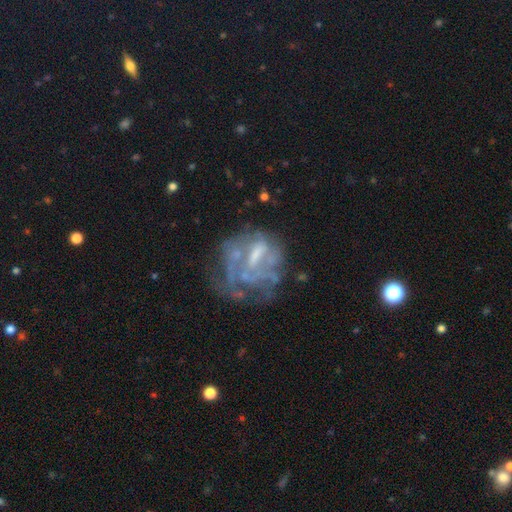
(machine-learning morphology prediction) This appears to be a featured or disk galaxy (69%) with no bar (43%), no spiral arms (64%) and no central bulge (37%). Merging: none (38%).